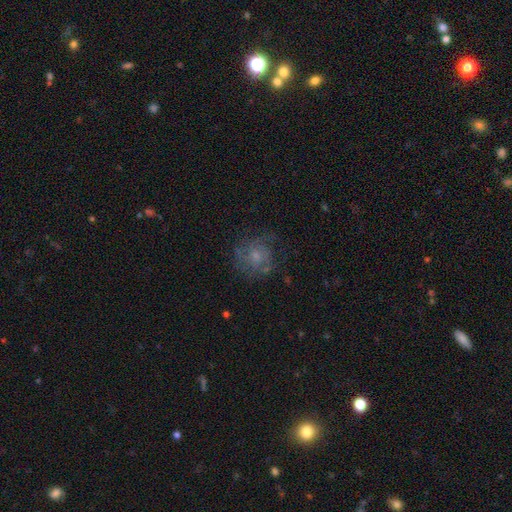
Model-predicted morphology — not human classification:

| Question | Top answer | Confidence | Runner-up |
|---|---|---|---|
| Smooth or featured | featured or disk | 47% | smooth (42%) |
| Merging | none | 61% | minor disturbance (20%) |